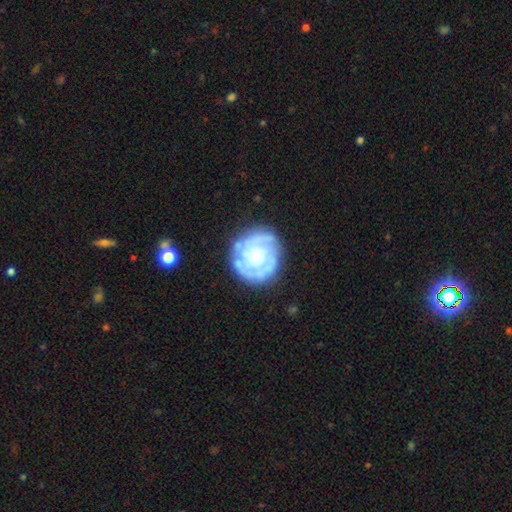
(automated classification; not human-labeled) Q: Smooth or featured?
A: featured or disk (72%); runner-up: smooth (22%)
Q: Edge-on disk?
A: no (98%); runner-up: yes (2%)
Q: Bar?
A: no (82%); runner-up: weak (15%)
Q: Spiral arms?
A: yes (84%); runner-up: no (16%)
Q: Spiral winding?
A: tight (70%); runner-up: medium (23%)
Q: Spiral arm count?
A: can't tell (41%); runner-up: 3 (20%)
Q: Bulge size?
A: small (62%); runner-up: moderate (25%)
Q: Merging?
A: none (76%); runner-up: minor disturbance (16%)